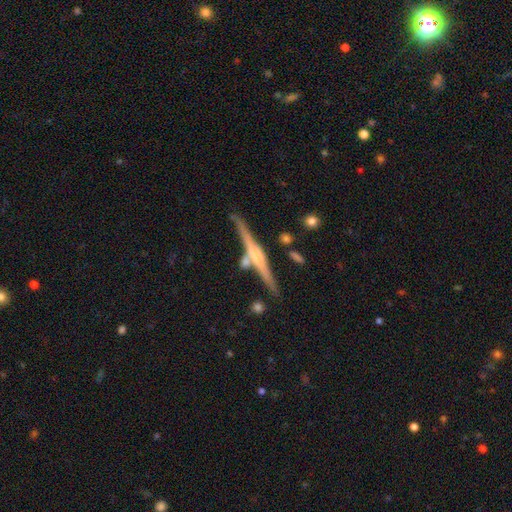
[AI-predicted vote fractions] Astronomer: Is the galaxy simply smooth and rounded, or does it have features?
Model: featured or disk — 77%.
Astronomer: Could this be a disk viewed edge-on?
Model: yes — 97%.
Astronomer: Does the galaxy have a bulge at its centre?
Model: rounded — 60%.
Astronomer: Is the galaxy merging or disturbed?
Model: none — 77%.